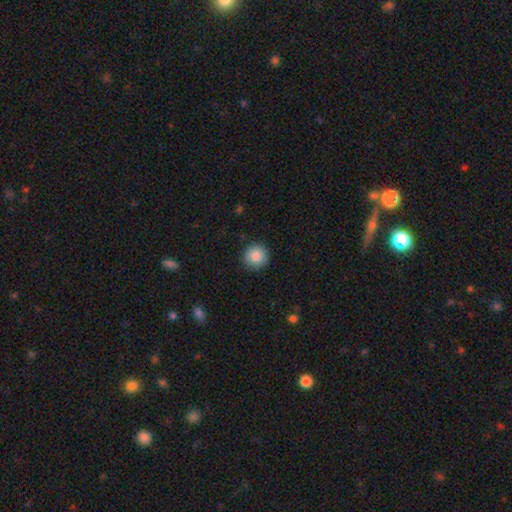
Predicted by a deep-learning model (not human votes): A smooth galaxy with no disk features (86%) that is round (93%). Merging: none (89%).